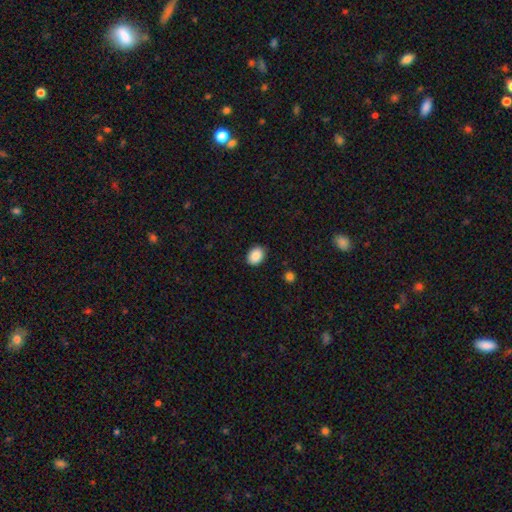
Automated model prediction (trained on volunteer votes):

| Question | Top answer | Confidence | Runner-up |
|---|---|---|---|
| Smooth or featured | smooth | 88% | star or artifact (8%) |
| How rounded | in between | 66% | round (33%) |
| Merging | none | 88% | minor disturbance (9%) |